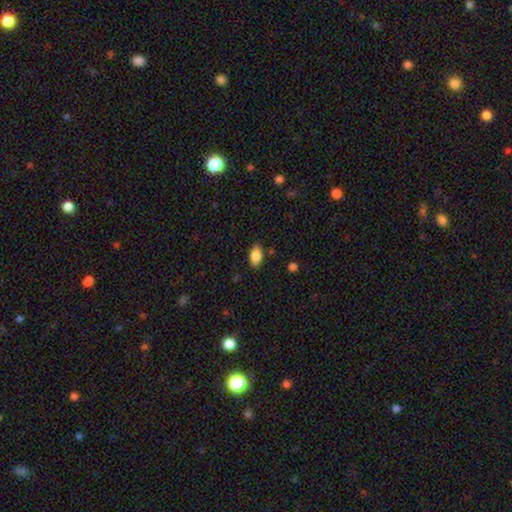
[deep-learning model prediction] smooth-or-featured: smooth: 85% | star or artifact: 8% | featured or disk: 7%
  how-rounded: in between: 90% | round: 6% | cigar-shaped: 4%
  merging: none: 84% | minor disturbance: 13% | major disturbance: 2% | merger: 1%